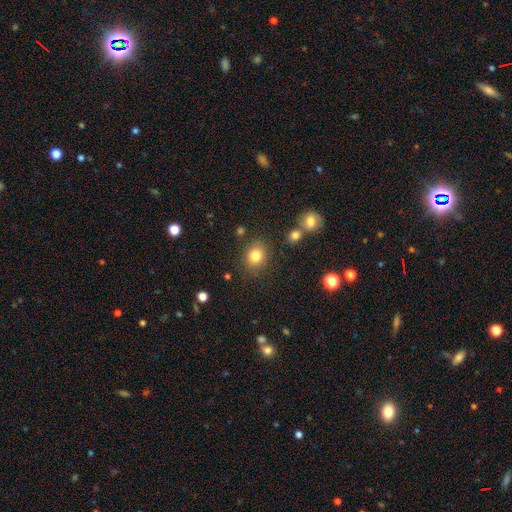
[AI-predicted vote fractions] Smooth or featured?
  - smooth: 81% *
  - star or artifact: 11%
  - featured or disk: 8%
How rounded?
  - round: 59% *
  - in between: 41%
  - cigar-shaped: 1%
Merging?
  - none: 81% *
  - minor disturbance: 11%
  - merger: 4%
  - major disturbance: 4%